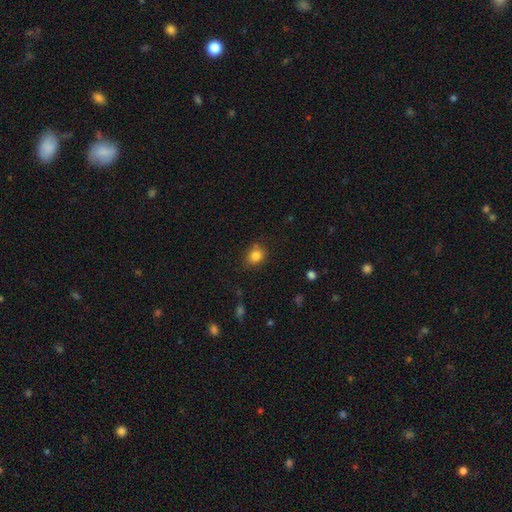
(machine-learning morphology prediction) This appears to be a smooth galaxy with no disk features (83%) that is round (60%). Merging: none (78%).